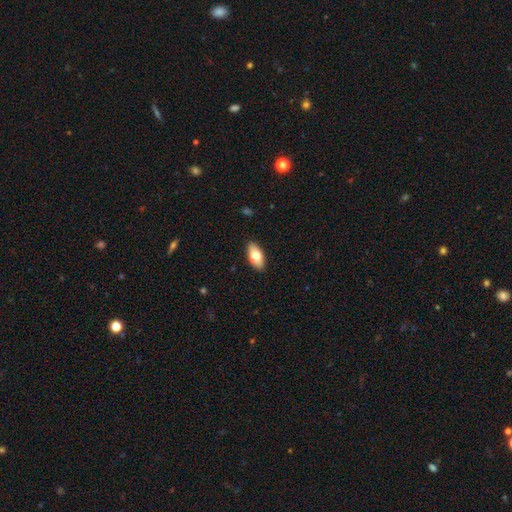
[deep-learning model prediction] This appears to be a smooth galaxy with no disk features (75%) that is in between round and cigar-shaped (91%). Merging: none (88%).